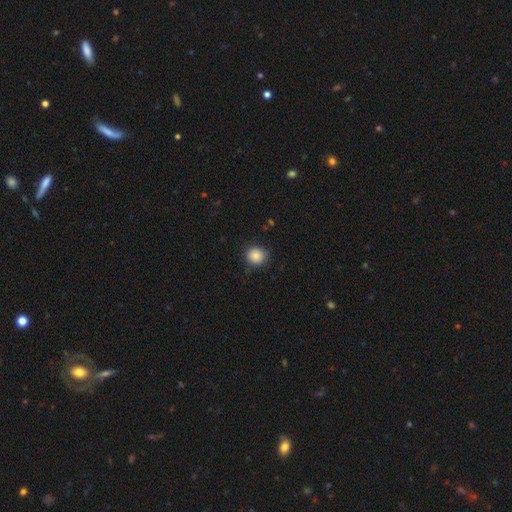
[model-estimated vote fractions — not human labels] Morphology: type=smooth (86%); roundness=round (90%); merging=none (83%).